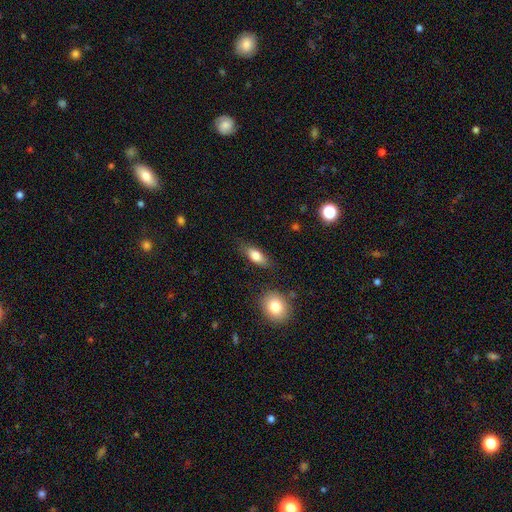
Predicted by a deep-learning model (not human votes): smooth_or_featured: smooth (p=0.79) [alt: featured or disk p=0.14]
how_rounded: in between (p=0.79) [alt: cigar-shaped p=0.17]
merging: none (p=0.79) [alt: minor disturbance p=0.14]